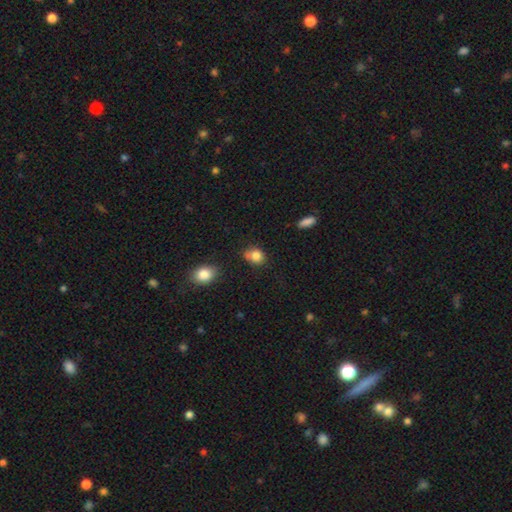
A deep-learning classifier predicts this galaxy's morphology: A smooth galaxy with no disk features (82%) that is round (58%).

Vote fractions:
- Smooth or featured? smooth: 82% / star or artifact: 11% / featured or disk: 8%
- How rounded? round: 58% / in between: 41% / cigar-shaped: 1%
- Merging? none: 55% / minor disturbance: 26% / merger: 12% / major disturbance: 7%